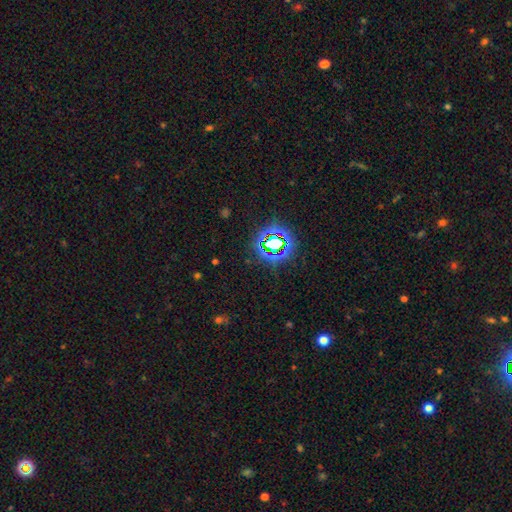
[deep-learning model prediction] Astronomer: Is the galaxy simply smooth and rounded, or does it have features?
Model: star or artifact — 79%.